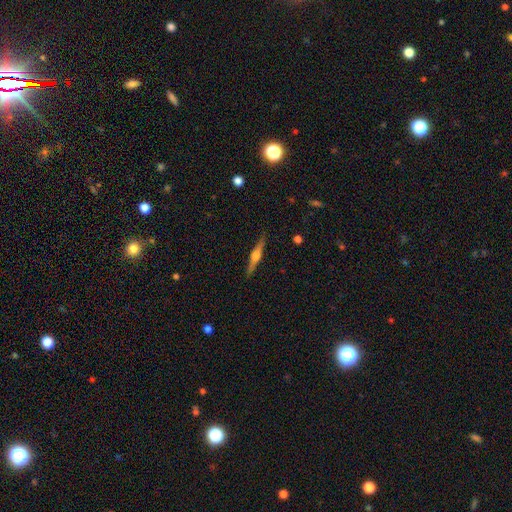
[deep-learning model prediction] Smooth or featured: featured or disk — 75% (smooth — 19%)
Edge-on disk: yes — 98% (no — 2%)
Edge-on bulge: rounded — 86% (boxy — 11%)
Merging: none — 90% (minor disturbance — 7%)